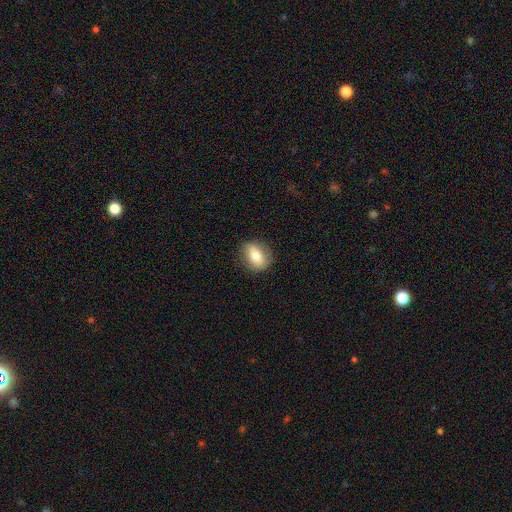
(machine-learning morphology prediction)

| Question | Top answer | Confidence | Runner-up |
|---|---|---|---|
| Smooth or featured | smooth | 69% | featured or disk (23%) |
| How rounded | in between | 65% | round (31%) |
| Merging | none | 83% | minor disturbance (12%) |